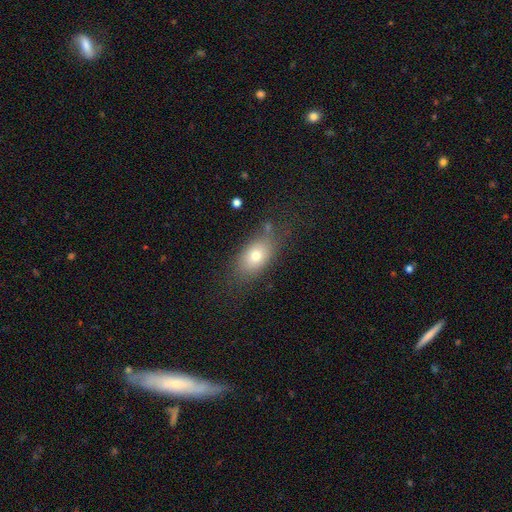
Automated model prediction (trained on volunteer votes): smooth-or-featured: smooth: 73% | featured or disk: 16% | star or artifact: 10%
  how-rounded: in between: 83% | round: 12% | cigar-shaped: 4%
  merging: none: 73% | minor disturbance: 17% | major disturbance: 7% | merger: 3%